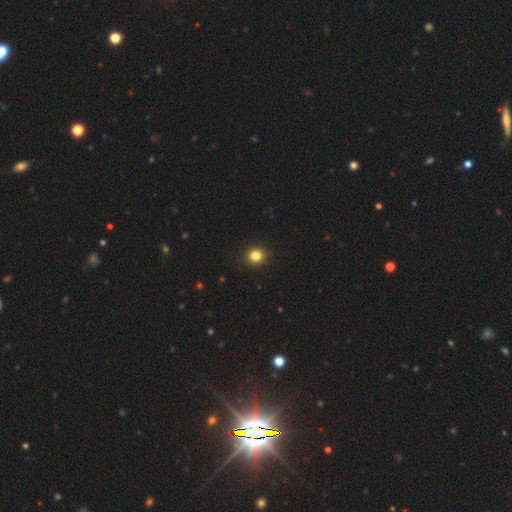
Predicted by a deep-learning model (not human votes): smooth-or-featured: smooth: 83% | star or artifact: 12% | featured or disk: 5%
  how-rounded: round: 89% | in between: 10% | cigar-shaped: 1%
  merging: none: 93% | minor disturbance: 5% | major disturbance: 2% | merger: 1%